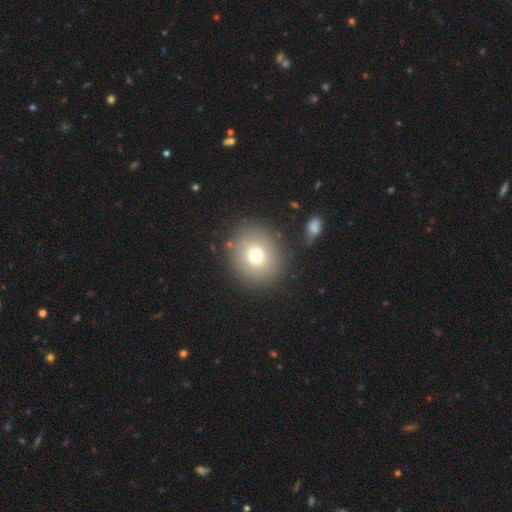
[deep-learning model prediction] smooth_or_featured: smooth (p=0.72) [alt: featured or disk p=0.15]
how_rounded: round (p=0.83) [alt: in between p=0.16]
merging: none (p=0.83) [alt: minor disturbance p=0.09]